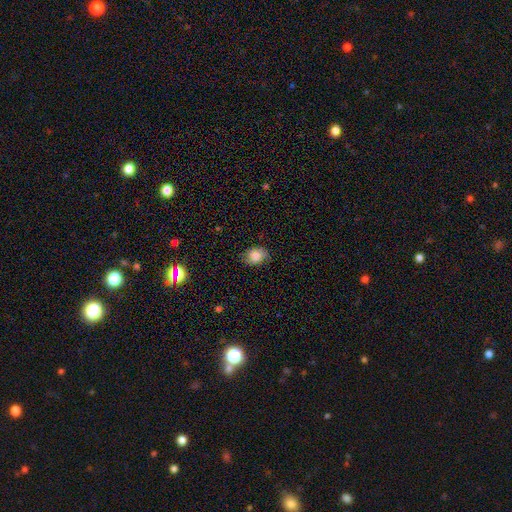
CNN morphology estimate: Smooth or featured? smooth (73%)
How rounded? in between (59%)
Merging? none (72%)